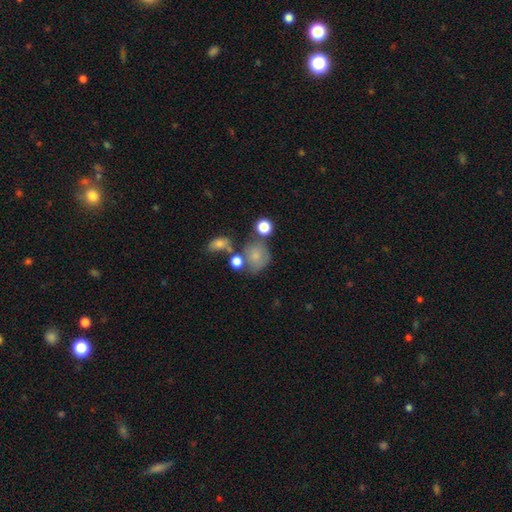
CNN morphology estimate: A smooth galaxy with no disk features (70%) that is round (67%).

Vote fractions:
- Smooth or featured? smooth: 70% / featured or disk: 18% / star or artifact: 12%
- How rounded? round: 67% / in between: 32% / cigar-shaped: 1%
- Merging? none: 45% / merger: 22% / minor disturbance: 20% / major disturbance: 12%